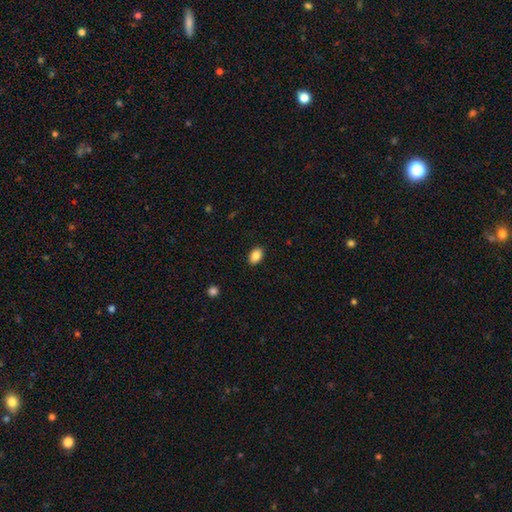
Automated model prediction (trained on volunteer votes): Q: Smooth or featured?
A: smooth (87%); runner-up: star or artifact (8%)
Q: How rounded?
A: in between (87%); runner-up: round (12%)
Q: Merging?
A: none (89%); runner-up: minor disturbance (8%)